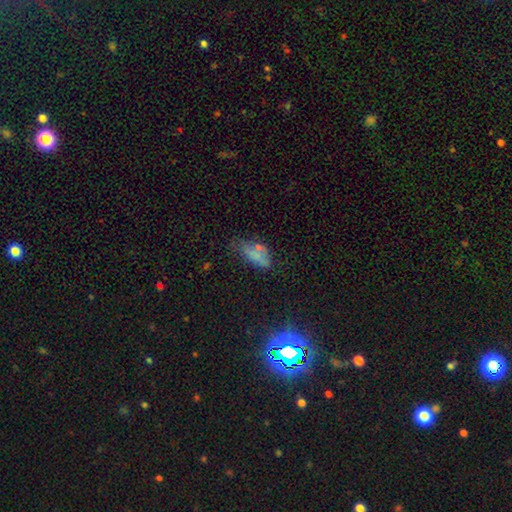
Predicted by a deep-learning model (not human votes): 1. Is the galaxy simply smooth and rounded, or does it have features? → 57% smooth, 22% star or artifact, 21% featured or disk.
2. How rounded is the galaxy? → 85% in between, 10% cigar-shaped, 5% round.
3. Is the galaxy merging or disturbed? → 45% none, 28% minor disturbance, 17% major disturbance, 10% merger.